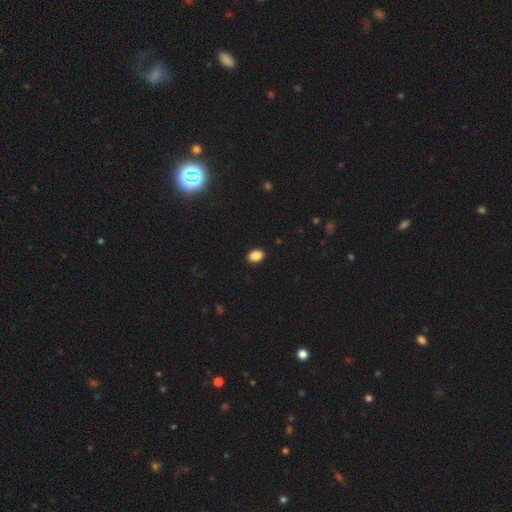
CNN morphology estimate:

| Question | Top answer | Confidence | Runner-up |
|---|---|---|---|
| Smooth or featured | smooth | 88% | star or artifact (9%) |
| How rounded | in between | 81% | round (18%) |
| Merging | none | 90% | minor disturbance (7%) |